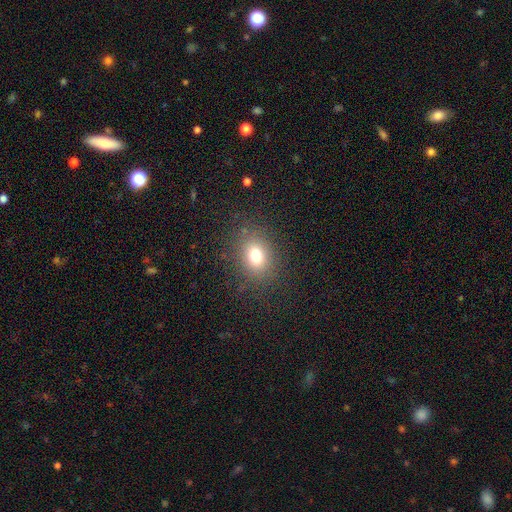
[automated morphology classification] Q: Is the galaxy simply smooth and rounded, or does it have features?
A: smooth — 75%.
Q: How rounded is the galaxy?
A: round — 50%.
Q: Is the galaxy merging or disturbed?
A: none — 84%.